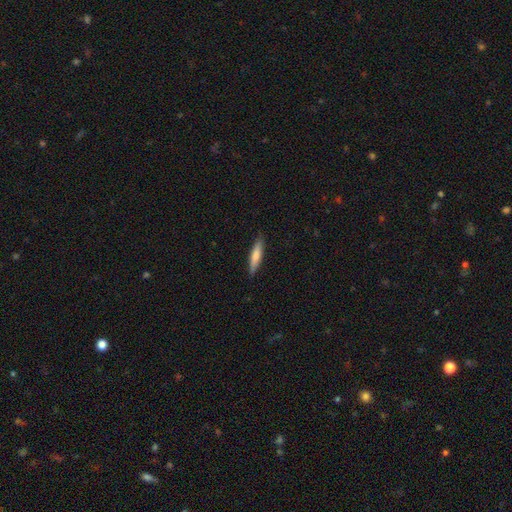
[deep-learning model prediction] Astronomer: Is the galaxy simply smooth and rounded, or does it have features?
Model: smooth — 70%.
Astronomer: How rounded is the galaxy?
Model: cigar-shaped — 84%.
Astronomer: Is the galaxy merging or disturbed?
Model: none — 88%.